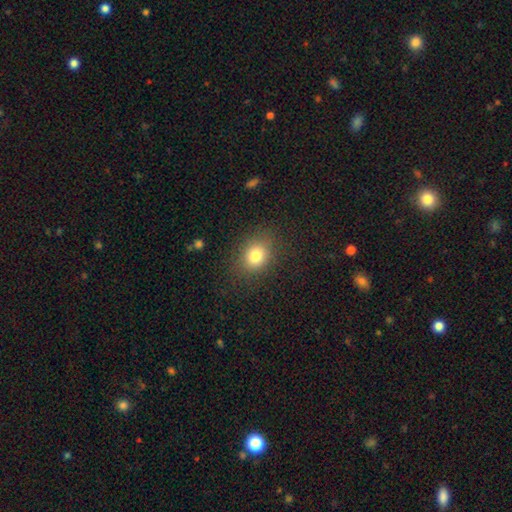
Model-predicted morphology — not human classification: smooth_or_featured: smooth (p=0.80) [alt: star or artifact p=0.11]
how_rounded: in between (p=0.54) [alt: round p=0.45]
merging: none (p=0.82) [alt: minor disturbance p=0.12]